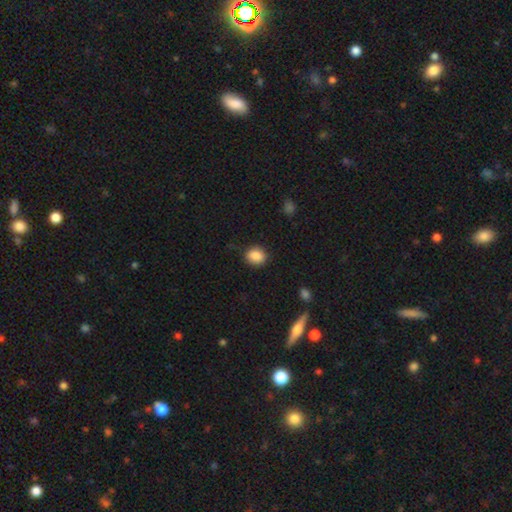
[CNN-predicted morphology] Smooth or featured? smooth (87%)
How rounded? round (59%)
Merging? none (84%)